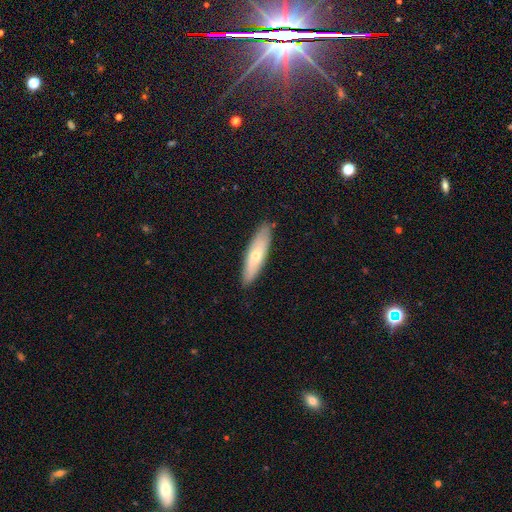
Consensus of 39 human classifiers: Volunteers were most divided on "smooth or featured": featured or disk: 56%, smooth: 38%, star or artifact: 5%. More confident: merging — none (97%); edge-on bulge — rounded (94%); edge-on disk — yes (77%).